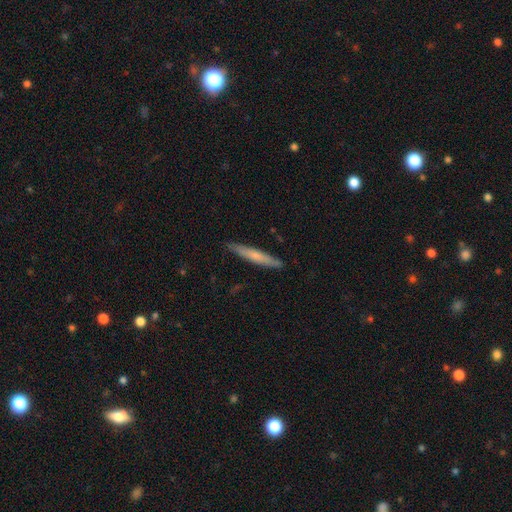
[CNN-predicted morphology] A smooth galaxy with no disk features (60%) that is cigar-shaped (95%). Merging: none (90%).